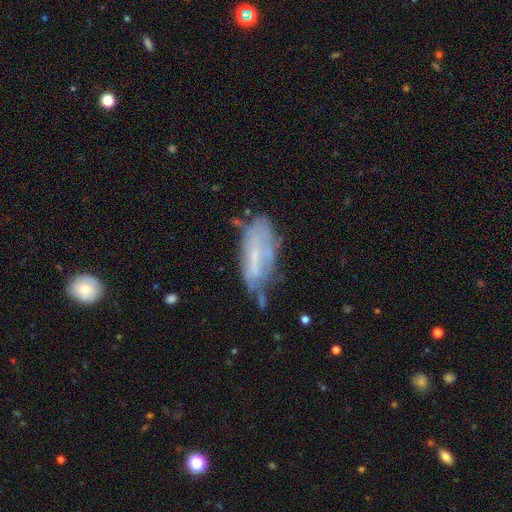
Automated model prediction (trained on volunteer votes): Overall: featured or disk (51%; smooth 39%). Edge-on disk: no (85%). Merging: none (41%; minor disturbance 33%).